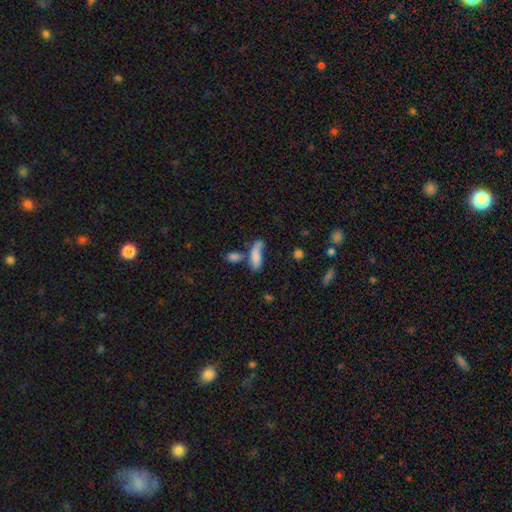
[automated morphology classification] Smooth or featured? Predicted: smooth (p=0.73). How rounded? Predicted: in between (p=0.58). Merging? Predicted: none (p=0.32, tied with merger).